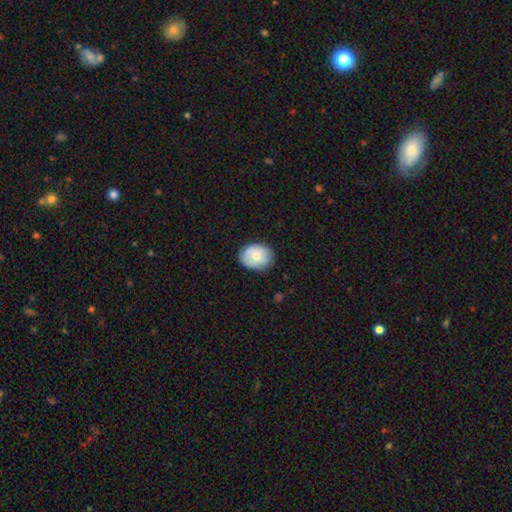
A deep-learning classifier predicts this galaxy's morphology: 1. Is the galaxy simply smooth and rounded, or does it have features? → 73% smooth, 20% featured or disk, 7% star or artifact.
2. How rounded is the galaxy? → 55% in between, 44% round, 1% cigar-shaped.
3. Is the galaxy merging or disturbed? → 80% none, 16% minor disturbance, 3% major disturbance, 1% merger.